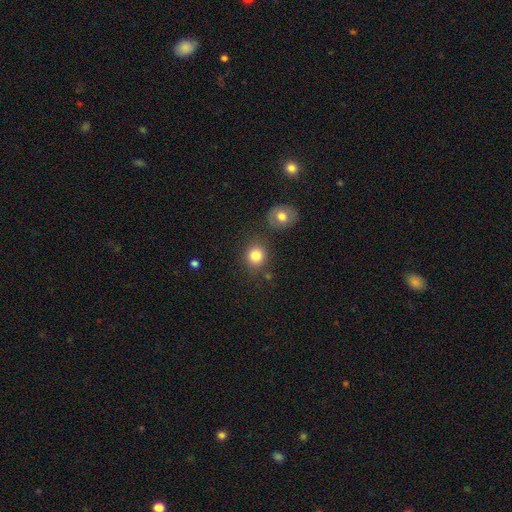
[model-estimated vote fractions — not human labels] smooth 83%, star or artifact 10%, featured or disk 6%. Down the decision tree: how rounded — round (80%); merging — none (77%).